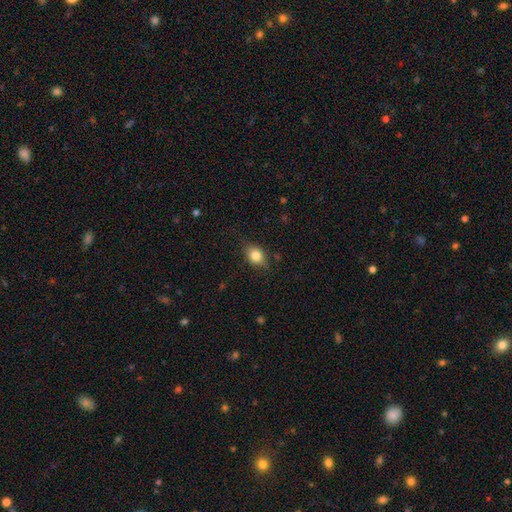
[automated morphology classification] Overall: smooth (77%). How rounded: in between (57%; round 40%). Merging: none (74%).